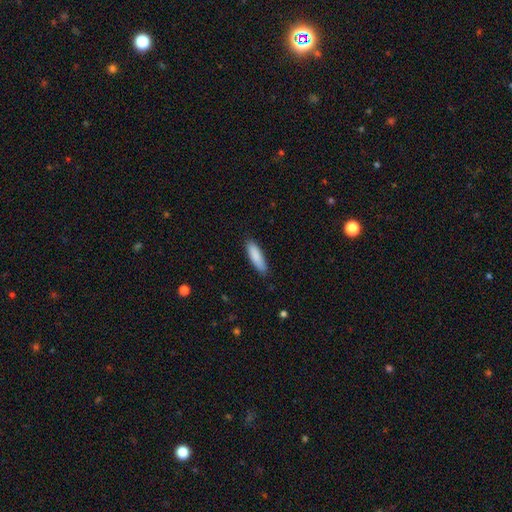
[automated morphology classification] Smooth or featured: smooth — 88% (featured or disk — 7%)
How rounded: cigar-shaped — 59% (in between — 40%)
Merging: none — 86% (minor disturbance — 11%)